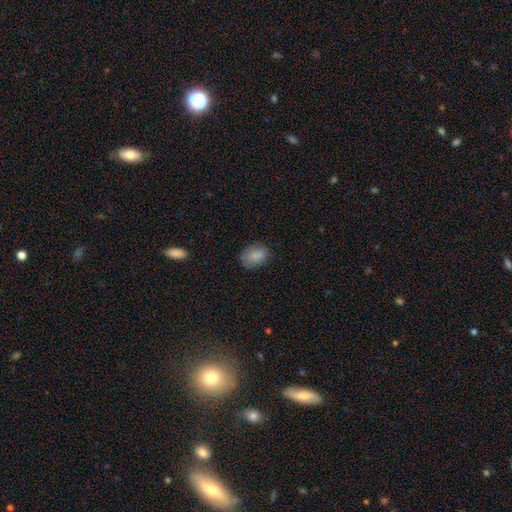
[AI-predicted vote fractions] Smooth or featured?
  - smooth: 85% *
  - star or artifact: 8%
  - featured or disk: 7%
How rounded?
  - in between: 76% *
  - round: 23%
  - cigar-shaped: 1%
Merging?
  - none: 74% *
  - minor disturbance: 20%
  - major disturbance: 5%
  - merger: 1%